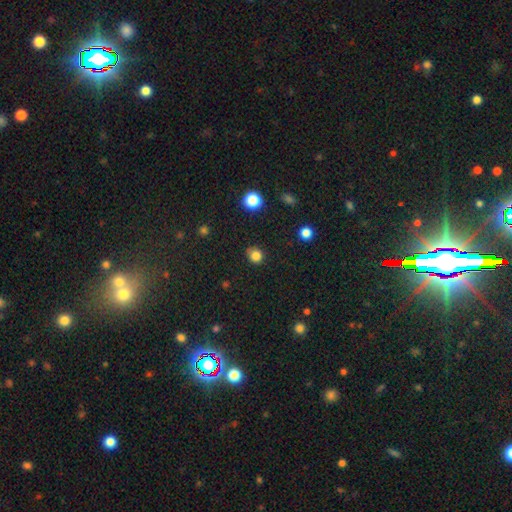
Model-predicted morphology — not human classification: A smooth galaxy with no disk features (82%) that is round (79%).

Vote fractions:
- Smooth or featured? smooth: 82% / star or artifact: 13% / featured or disk: 4%
- How rounded? round: 79% / in between: 20% / cigar-shaped: 1%
- Merging? none: 81% / minor disturbance: 14% / major disturbance: 3% / merger: 2%